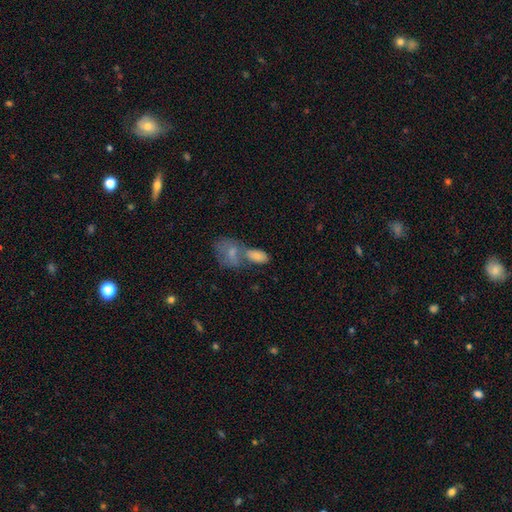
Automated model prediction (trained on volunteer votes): A smooth galaxy with no disk features (80%) that is in between round and cigar-shaped (90%).

Vote fractions:
- Smooth or featured? smooth: 80% / featured or disk: 12% / star or artifact: 8%
- How rounded? in between: 90% / round: 6% / cigar-shaped: 4%
- Merging? merger: 50% / none: 34% / minor disturbance: 11% / major disturbance: 5%